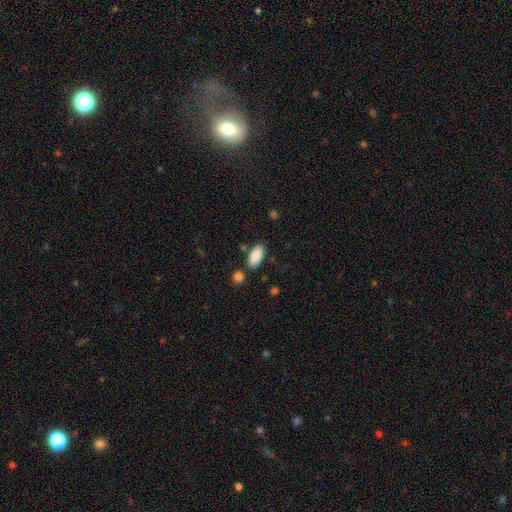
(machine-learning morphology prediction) Smooth or featured? smooth (88%)
How rounded? in between (90%)
Merging? none (80%)